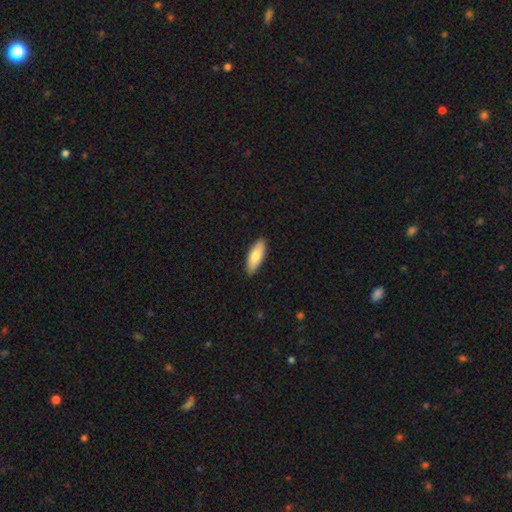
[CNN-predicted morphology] Smooth or featured?
  - smooth: 82% *
  - featured or disk: 13%
  - star or artifact: 5%
How rounded?
  - in between: 71% *
  - cigar-shaped: 27%
  - round: 2%
Merging?
  - none: 88% *
  - minor disturbance: 9%
  - major disturbance: 2%
  - merger: 1%